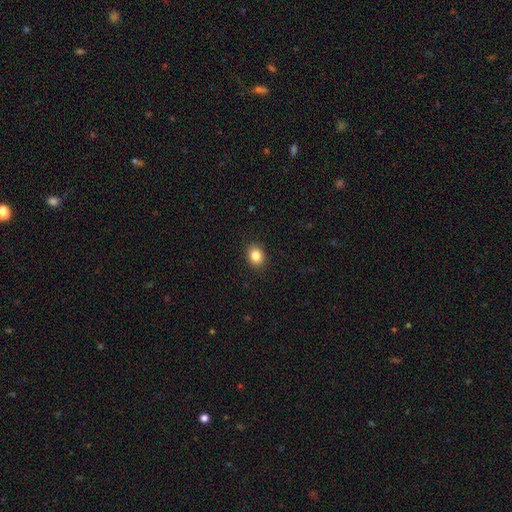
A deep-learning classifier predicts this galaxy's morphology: Q: Smooth or featured?
A: smooth (85%); runner-up: star or artifact (9%)
Q: How rounded?
A: in between (51%); runner-up: round (48%)
Q: Merging?
A: none (90%); runner-up: minor disturbance (7%)